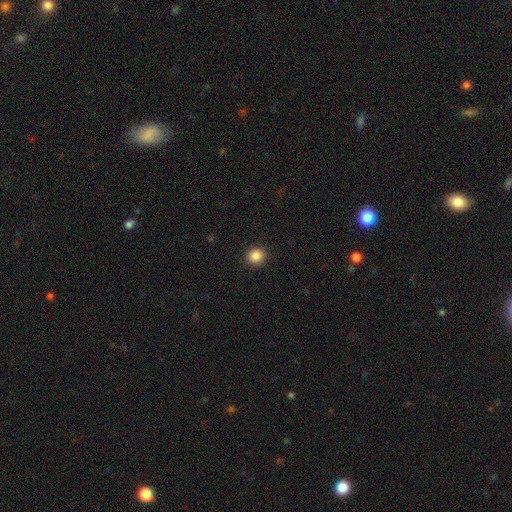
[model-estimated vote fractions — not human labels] Overall: smooth (86%). How rounded: round (87%). Merging: none (92%).